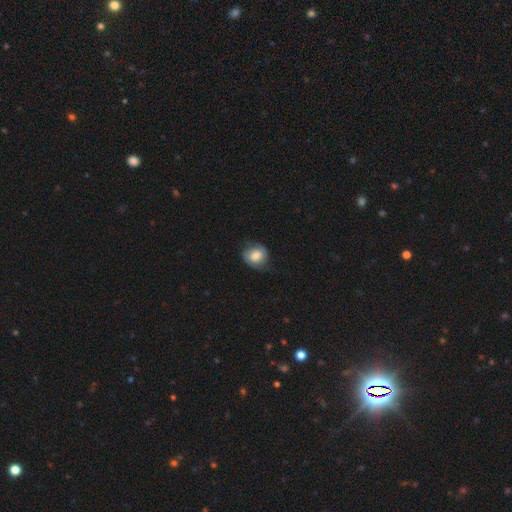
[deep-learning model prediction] The model was most divided on "how rounded": round: 61%, in between: 38%, cigar-shaped: 1%. More confident: merging — none (64%); smooth or featured — smooth (62%).